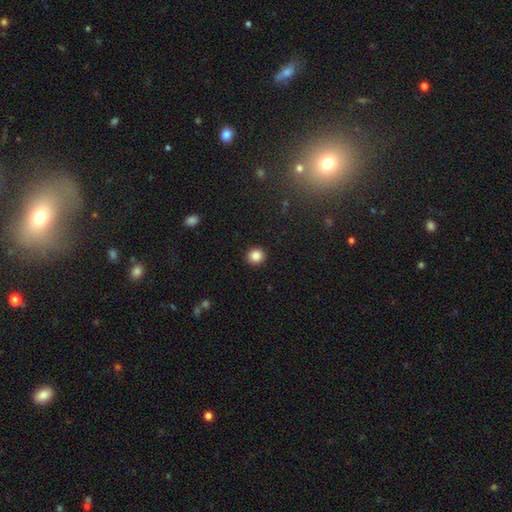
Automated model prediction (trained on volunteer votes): Smooth or featured? smooth (86%)
How rounded? round (91%)
Merging? none (92%)